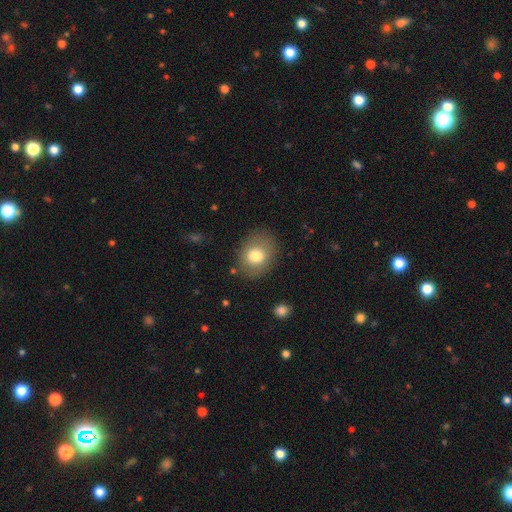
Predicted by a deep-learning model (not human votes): Overall: smooth (77%). How rounded: in between (52%; round 47%). Merging: none (81%).